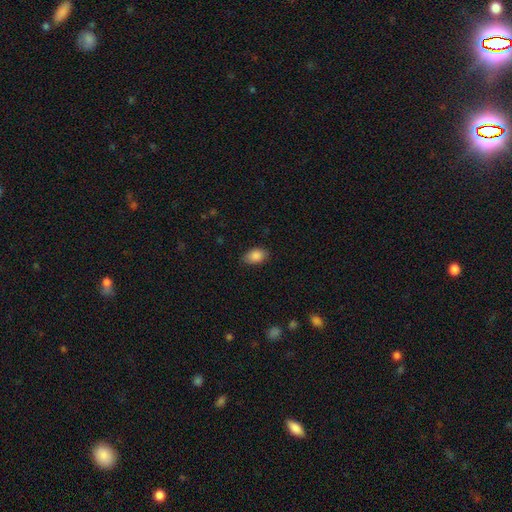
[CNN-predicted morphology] This appears to be a smooth galaxy with no disk features (87%) that is in between round and cigar-shaped (86%). Merging: none (82%).